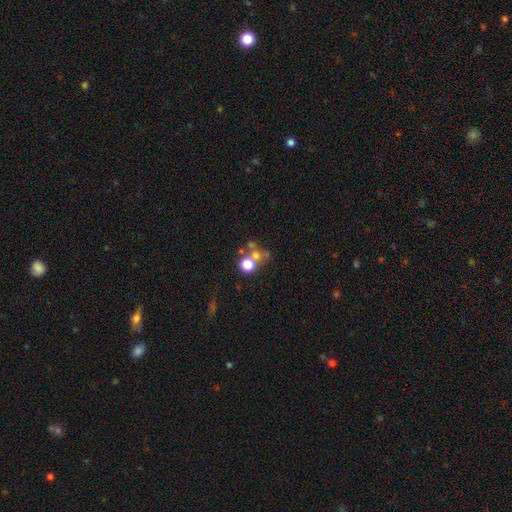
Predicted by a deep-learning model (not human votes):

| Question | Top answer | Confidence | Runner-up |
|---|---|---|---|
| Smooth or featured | smooth | 61% | star or artifact (20%) |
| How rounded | round | 86% | in between (13%) |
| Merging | none | 43% | merger (41%) |